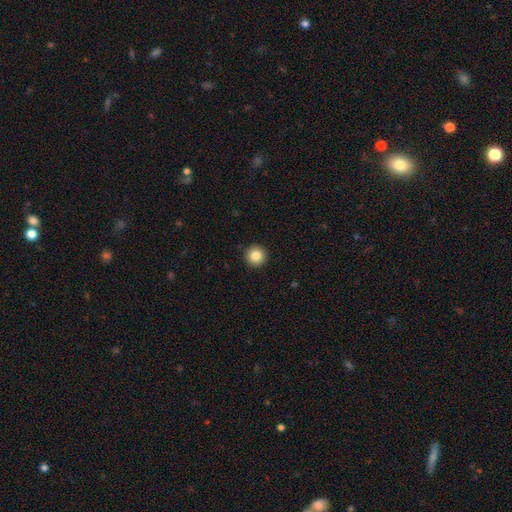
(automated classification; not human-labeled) Morphology: type=smooth (84%); roundness=round (96%); merging=none (94%).